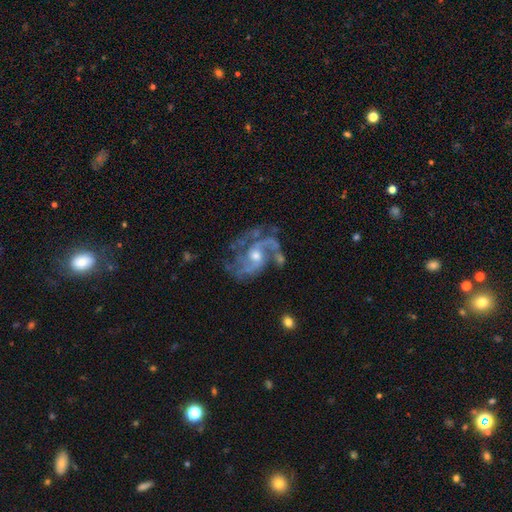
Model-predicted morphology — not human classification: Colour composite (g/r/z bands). It shows a featured or disk galaxy (88%) with no bar (55%), 2 (51%) medium (51%) spiral arms (96%) and a moderate central bulge (58%). Merging: none (56%).